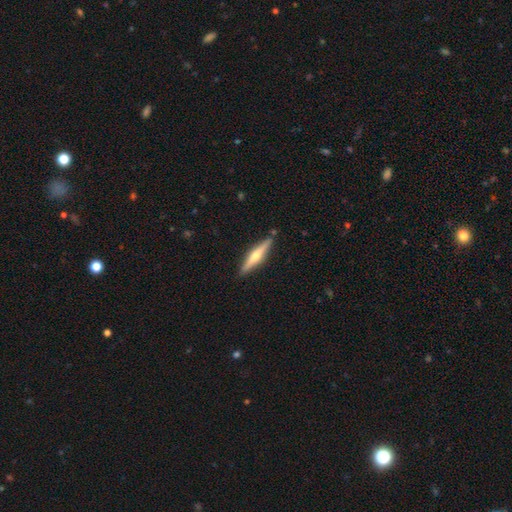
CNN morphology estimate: Smooth or featured: featured or disk — 63% (smooth — 32%)
Edge-on disk: yes — 97% (no — 3%)
Edge-on bulge: rounded — 89% (none — 6%)
Merging: none — 87% (minor disturbance — 9%)